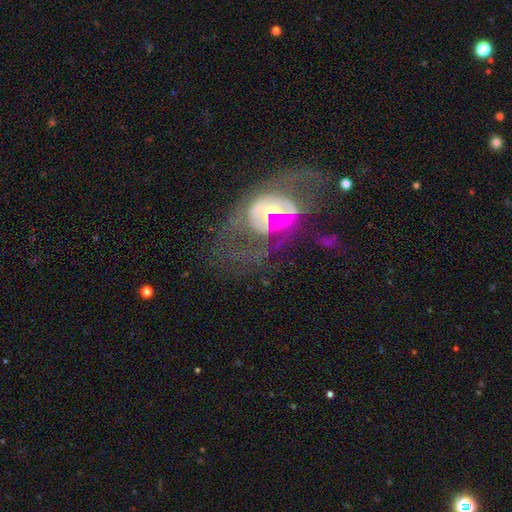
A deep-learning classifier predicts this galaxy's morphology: A featured or disk galaxy (76%) with a weak bar (41%), 2 (58%) medium (44%) spiral arms (74%) and a small central bulge (46%). Merging: none (58%).